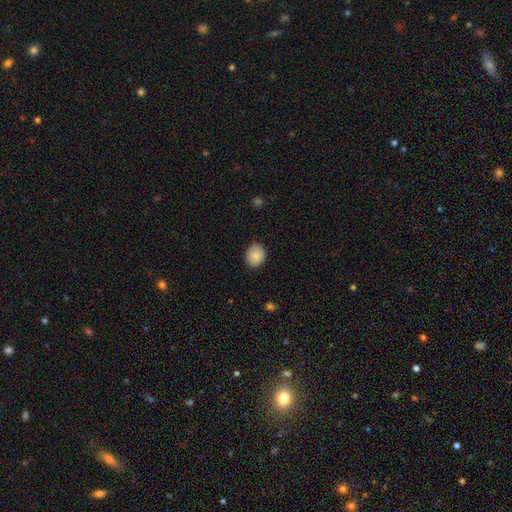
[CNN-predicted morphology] Q: Smooth or featured?
A: smooth (87%); runner-up: star or artifact (8%)
Q: How rounded?
A: round (59%); runner-up: in between (41%)
Q: Merging?
A: none (86%); runner-up: minor disturbance (11%)